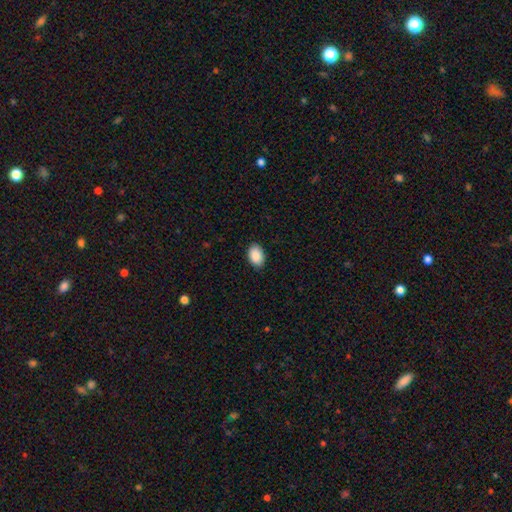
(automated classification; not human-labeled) Overall: smooth (90%). How rounded: in between (86%). Merging: none (87%).